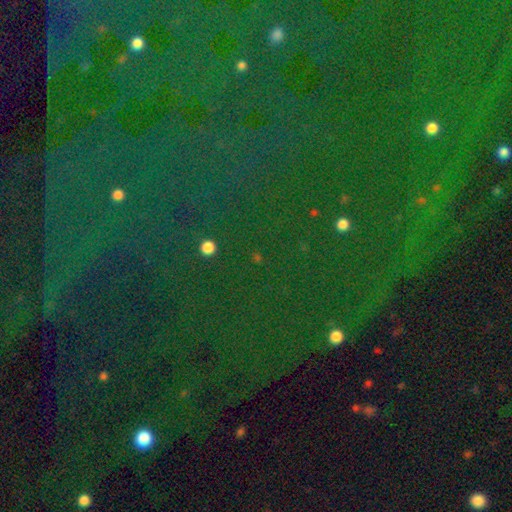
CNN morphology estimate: smooth_or_featured: star or artifact (p=0.79) [alt: smooth p=0.13]